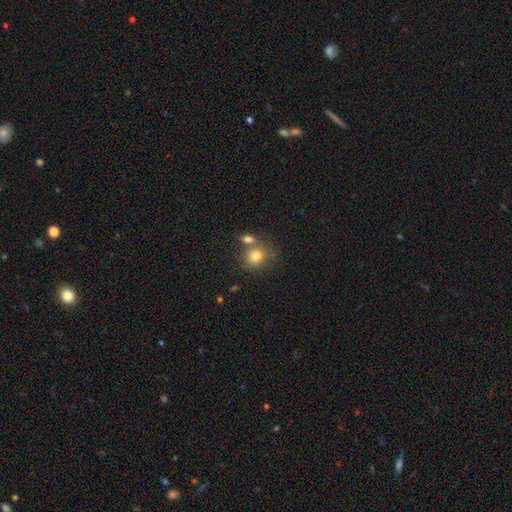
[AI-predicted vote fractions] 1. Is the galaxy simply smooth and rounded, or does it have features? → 79% smooth, 11% star or artifact, 10% featured or disk.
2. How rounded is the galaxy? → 76% round, 23% in between, 1% cigar-shaped.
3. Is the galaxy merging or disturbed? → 53% none, 33% merger, 11% minor disturbance, 4% major disturbance.